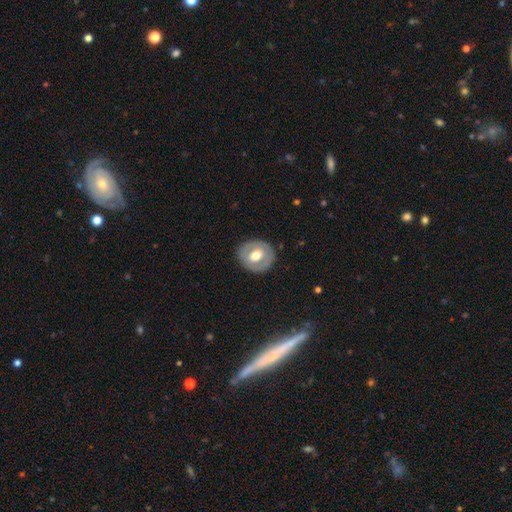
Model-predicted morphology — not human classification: A smooth galaxy with no disk features (47%, tied with featured or disk). Merging: none (86%).